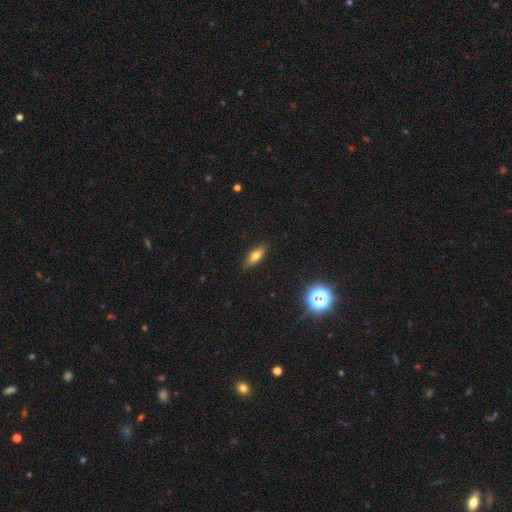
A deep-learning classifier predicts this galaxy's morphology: A smooth galaxy with no disk features (66%) that is in between round and cigar-shaped (64%).

Vote fractions:
- Smooth or featured? smooth: 66% / featured or disk: 25% / star or artifact: 10%
- How rounded? in between: 64% / cigar-shaped: 32% / round: 4%
- Merging? none: 87% / minor disturbance: 10% / major disturbance: 2% / merger: 1%